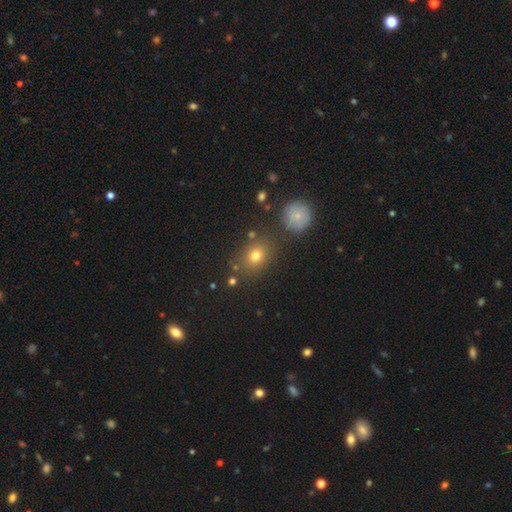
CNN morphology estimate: Smooth or featured? Predicted: smooth (p=0.74). How rounded? Predicted: round (p=0.57). Merging? Predicted: none (p=0.78).